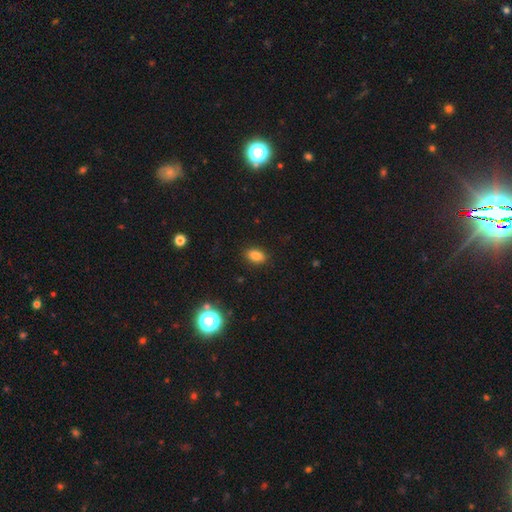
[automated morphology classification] The model was most divided on "smooth or featured": smooth: 83%, star or artifact: 12%, featured or disk: 5%. More confident: merging — none (88%); how rounded — in between (85%).